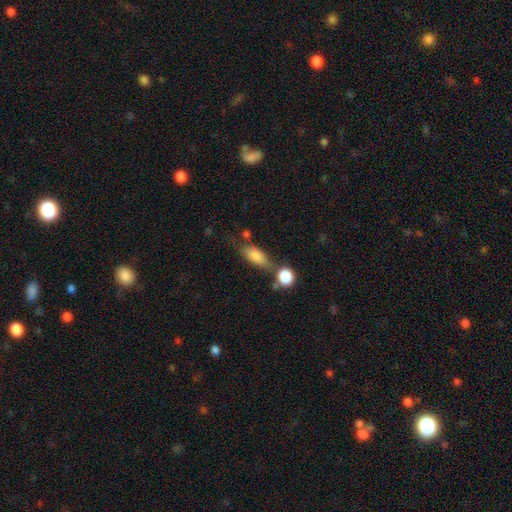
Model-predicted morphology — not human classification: Smooth or featured? smooth (75%)
How rounded? in between (70%)
Merging? none (51%)